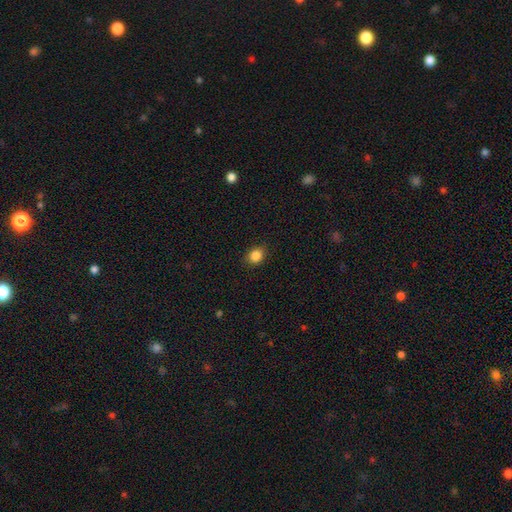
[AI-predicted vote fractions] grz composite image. It shows a smooth galaxy with no disk features (86%) that is round (61%). Merging: none (86%).